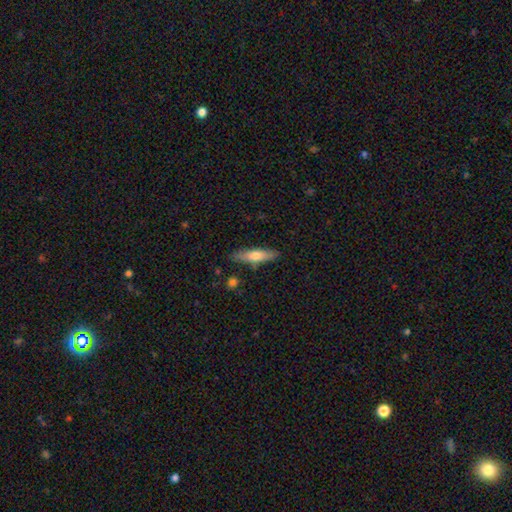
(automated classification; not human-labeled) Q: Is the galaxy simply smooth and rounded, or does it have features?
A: smooth — 62%.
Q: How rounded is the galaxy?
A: cigar-shaped — 74%.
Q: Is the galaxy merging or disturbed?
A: none — 85%.